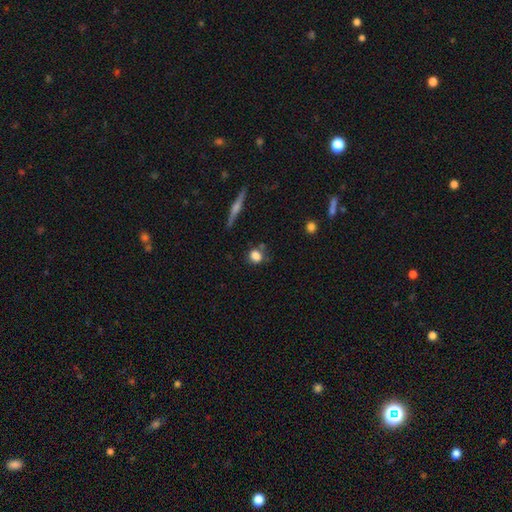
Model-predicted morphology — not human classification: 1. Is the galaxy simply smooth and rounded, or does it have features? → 82% smooth, 10% star or artifact, 8% featured or disk.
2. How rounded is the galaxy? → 66% round, 31% in between, 3% cigar-shaped.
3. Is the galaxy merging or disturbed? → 71% none, 17% minor disturbance, 7% merger, 5% major disturbance.